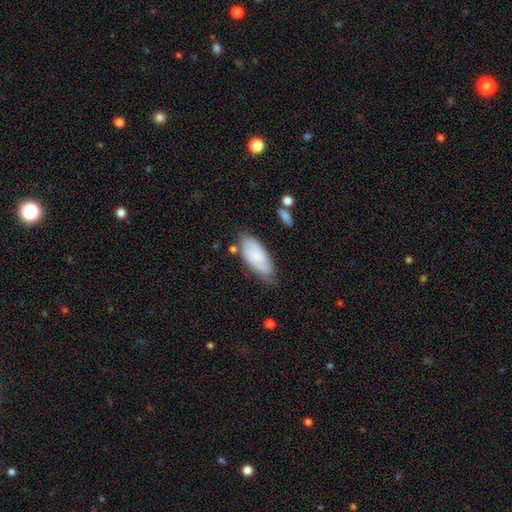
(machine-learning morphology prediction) type=smooth (69%); roundness=in between (83%); merging=none (58%).